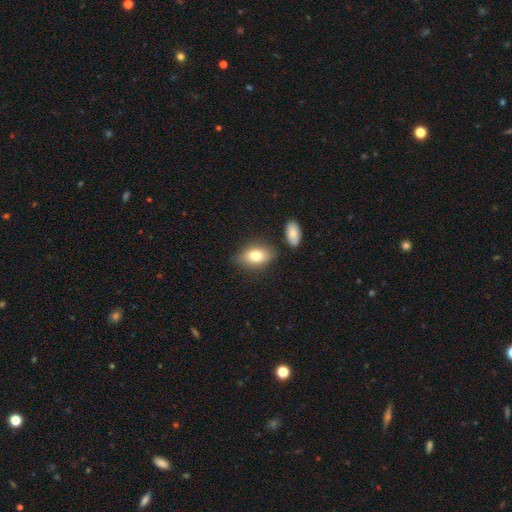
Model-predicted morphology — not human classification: This appears to be a smooth galaxy with no disk features (79%) that is in between round and cigar-shaped (87%). Merging: none (77%).